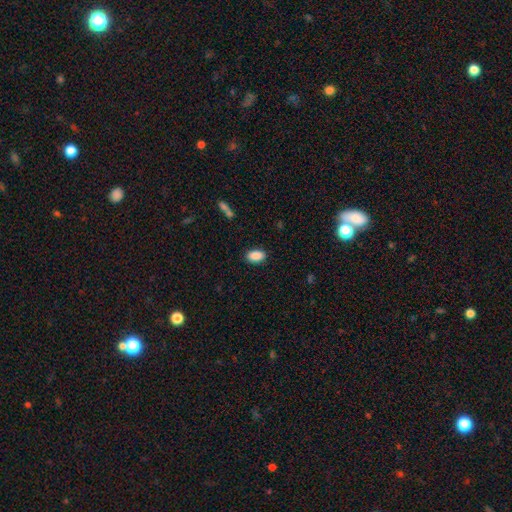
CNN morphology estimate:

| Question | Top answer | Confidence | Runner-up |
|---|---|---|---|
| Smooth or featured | smooth | 90% | star or artifact (7%) |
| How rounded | in between | 92% | round (5%) |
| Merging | none | 87% | minor disturbance (9%) |